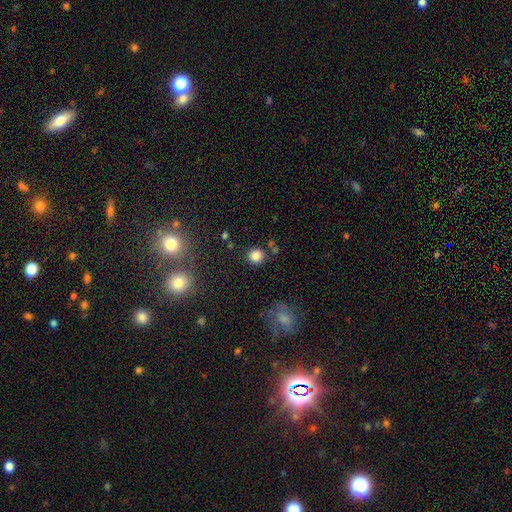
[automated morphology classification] type=smooth (82%); roundness=round (88%); merging=none (83%).